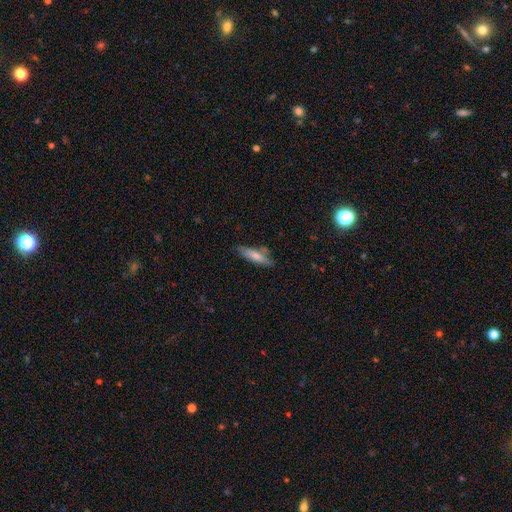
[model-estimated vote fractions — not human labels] Smooth or featured?
  - smooth: 73% *
  - featured or disk: 21%
  - star or artifact: 6%
How rounded?
  - cigar-shaped: 67% *
  - in between: 31%
  - round: 2%
Merging?
  - none: 70% *
  - minor disturbance: 19%
  - merger: 6%
  - major disturbance: 4%